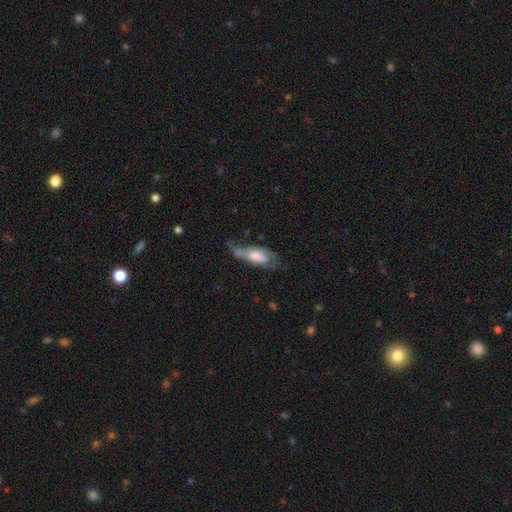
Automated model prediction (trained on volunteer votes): Smooth or featured?
  - featured or disk: 56% *
  - smooth: 37%
  - star or artifact: 7%
Edge-on disk?
  - no: 79% *
  - yes: 21%
Merging?
  - none: 34% *
  - major disturbance: 30%
  - minor disturbance: 30%
  - merger: 6%